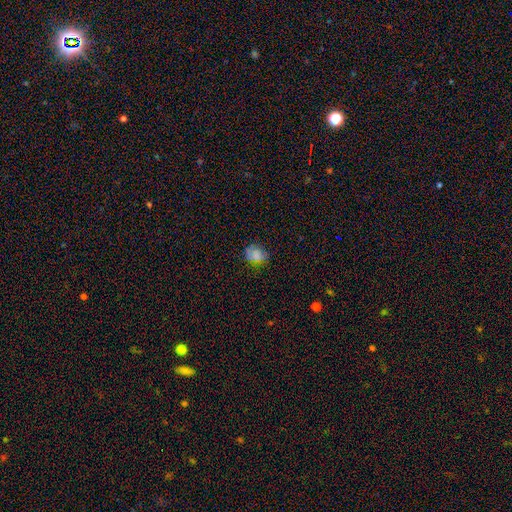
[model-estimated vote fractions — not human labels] Smooth or featured? Predicted: smooth (p=0.74). How rounded? Predicted: round (p=0.54). Merging? Predicted: none (p=0.69).